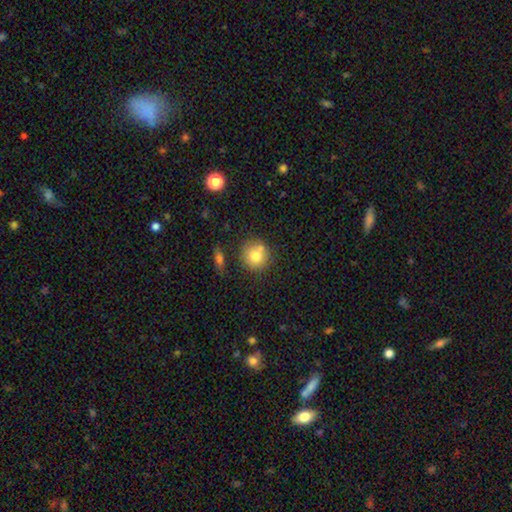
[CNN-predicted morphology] Overall: smooth (77%). How rounded: round (90%). Merging: none (67%).